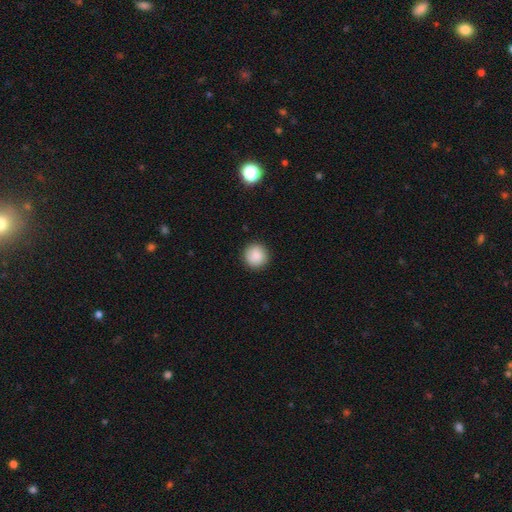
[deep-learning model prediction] This appears to be a smooth galaxy with no disk features (87%) that is round (93%). Merging: none (90%).